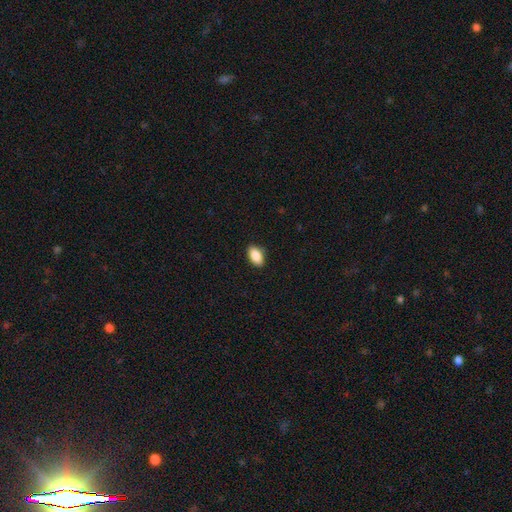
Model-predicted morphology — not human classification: Smooth or featured? smooth (87%)
How rounded? in between (92%)
Merging? none (88%)